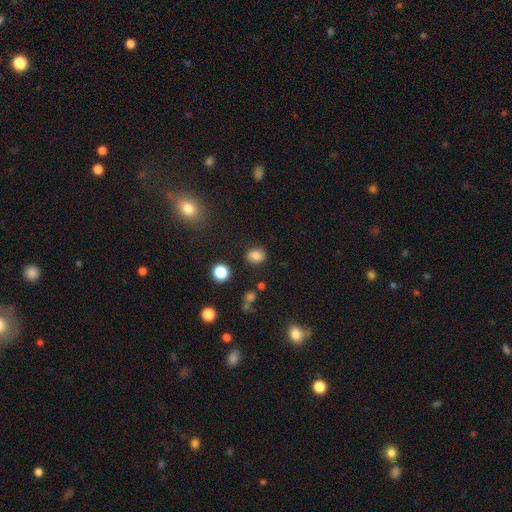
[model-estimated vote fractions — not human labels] This is clearly a smooth galaxy (80%). How rounded: possibly in between (53%). Merging: clearly none (81%).